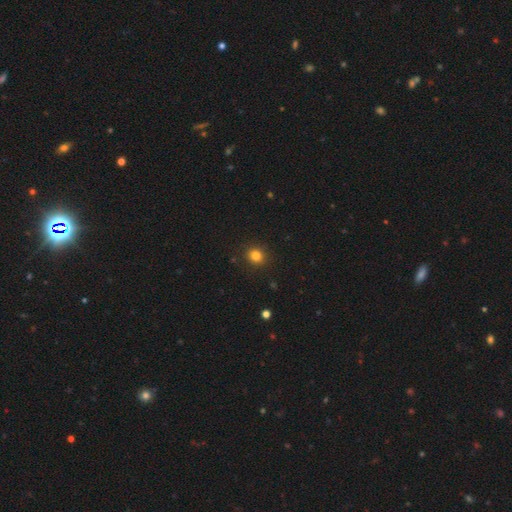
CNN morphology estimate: smooth_or_featured: smooth (p=0.83) [alt: star or artifact p=0.13]
how_rounded: round (p=0.84) [alt: in between p=0.15]
merging: none (p=0.91) [alt: minor disturbance p=0.06]